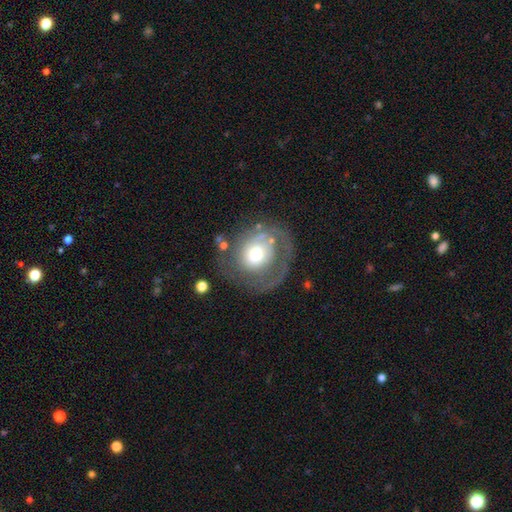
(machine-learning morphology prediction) type=featured or disk (62%); edge-on=no (97%); bar=no (77%); spiral arms=yes (68%); bulge=moderate (57%); merging=none (57%).